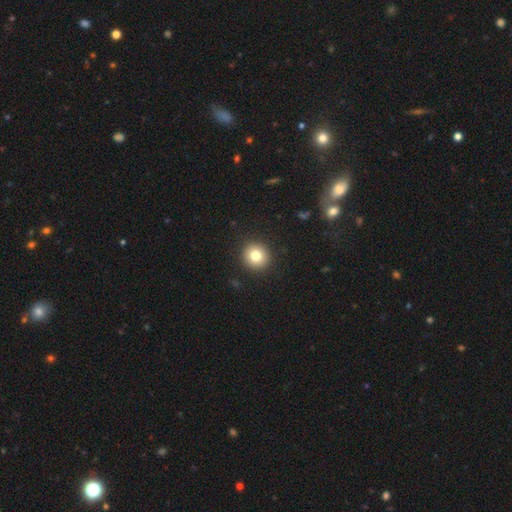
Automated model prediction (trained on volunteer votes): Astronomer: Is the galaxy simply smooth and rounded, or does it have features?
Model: smooth — 80%.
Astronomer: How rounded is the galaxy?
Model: round — 93%.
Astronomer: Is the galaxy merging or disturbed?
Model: none — 92%.